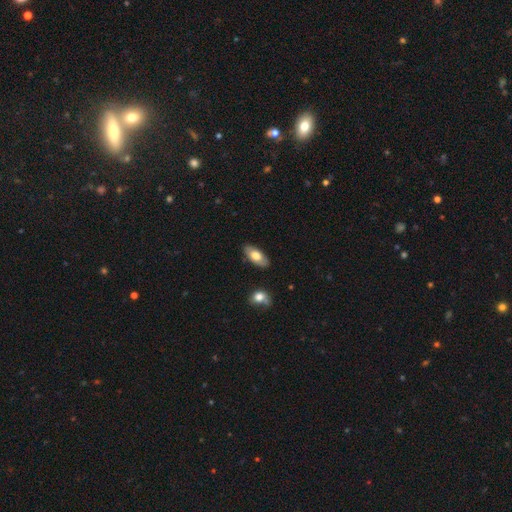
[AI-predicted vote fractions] Q: Smooth or featured?
A: smooth (67%); runner-up: featured or disk (27%)
Q: How rounded?
A: in between (90%); runner-up: cigar-shaped (8%)
Q: Merging?
A: none (85%); runner-up: minor disturbance (11%)